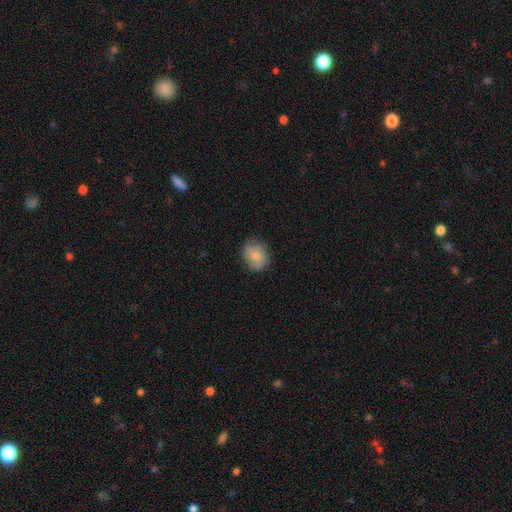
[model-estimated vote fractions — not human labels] smooth_or_featured: smooth (p=0.74) [alt: featured or disk p=0.19]
how_rounded: round (p=0.62) [alt: in between p=0.37]
merging: none (p=0.78) [alt: minor disturbance p=0.17]